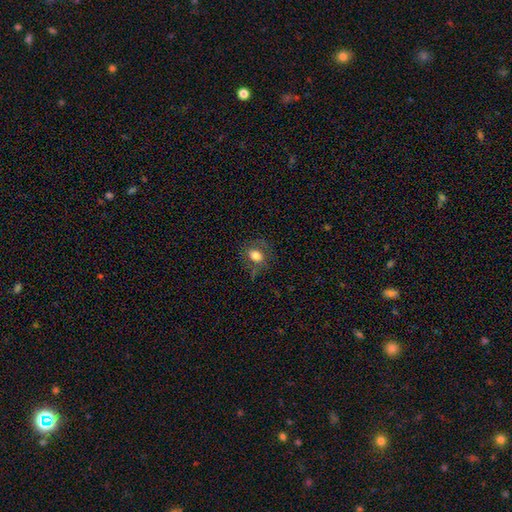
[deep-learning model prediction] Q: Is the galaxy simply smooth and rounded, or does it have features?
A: smooth — 72%.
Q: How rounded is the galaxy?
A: in between — 62%.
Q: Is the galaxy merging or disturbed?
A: none — 68%.